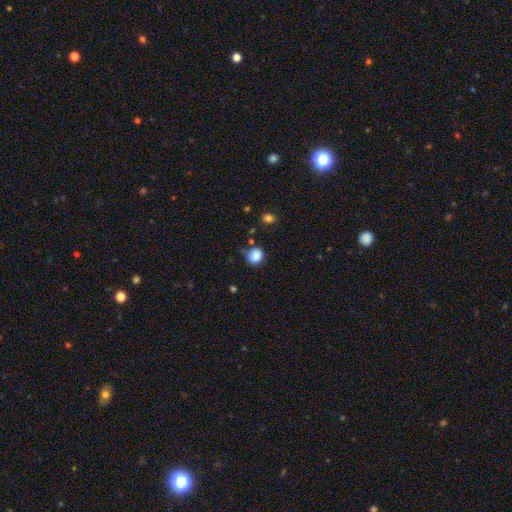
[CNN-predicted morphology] smooth 85%, star or artifact 10%, featured or disk 4%. Down the decision tree: how rounded — round (81%); merging — none (68%).